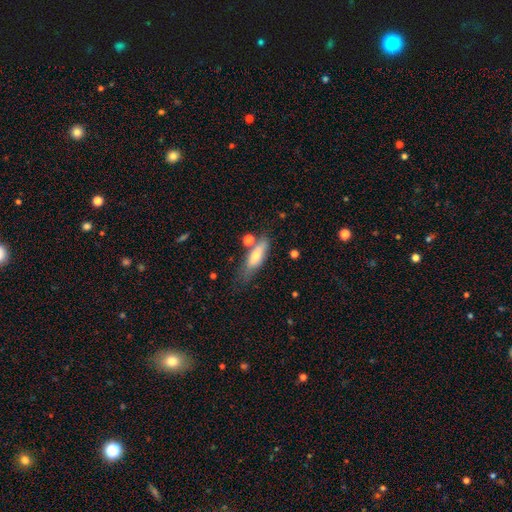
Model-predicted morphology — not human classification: This is possibly a smooth galaxy (60%). How rounded: possibly cigar-shaped (56%). Merging: likely none (65%).